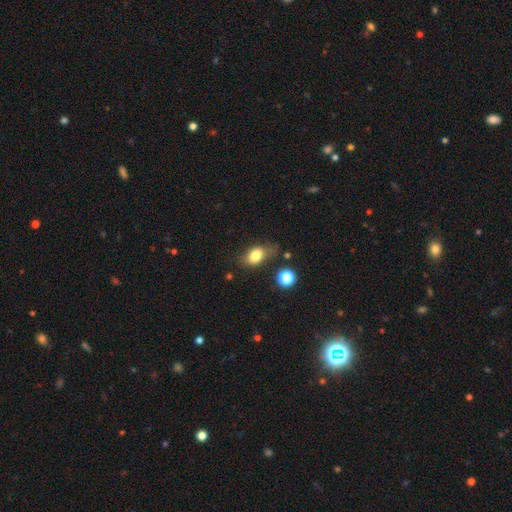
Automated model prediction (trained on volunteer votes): Smooth or featured?
  - smooth: 78% *
  - featured or disk: 11%
  - star or artifact: 10%
How rounded?
  - in between: 79% *
  - round: 18%
  - cigar-shaped: 3%
Merging?
  - none: 57% *
  - minor disturbance: 27%
  - major disturbance: 11%
  - merger: 5%